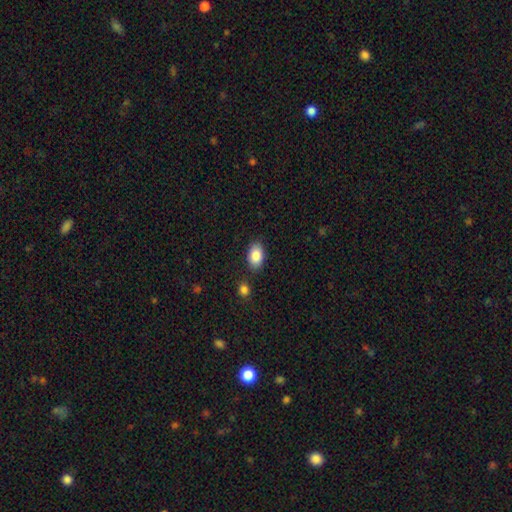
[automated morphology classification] The model was most divided on "merging": none: 82%, minor disturbance: 11%, merger: 4%, major disturbance: 3%. More confident: how rounded — in between (90%); smooth or featured — smooth (87%).